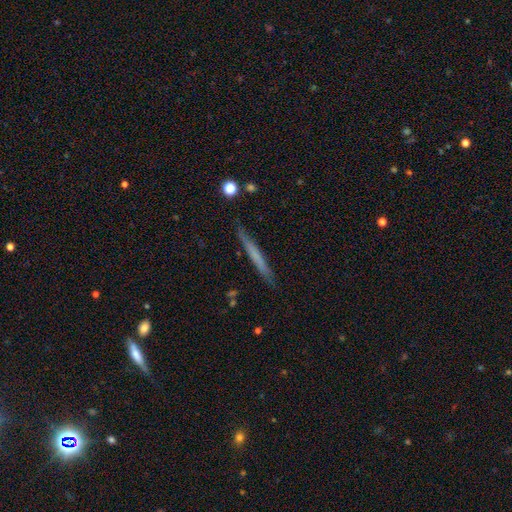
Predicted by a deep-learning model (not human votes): This appears to be a smooth galaxy with no disk features (53%) that is cigar-shaped (96%). Merging: none (87%).